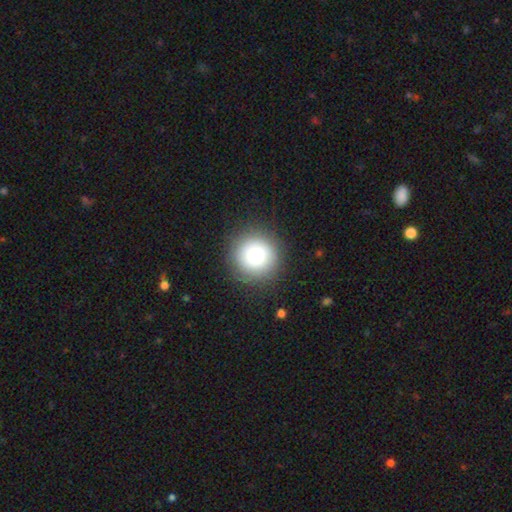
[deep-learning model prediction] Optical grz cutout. It shows a smooth galaxy with no disk features (74%) that is round (95%). Merging: none (88%).